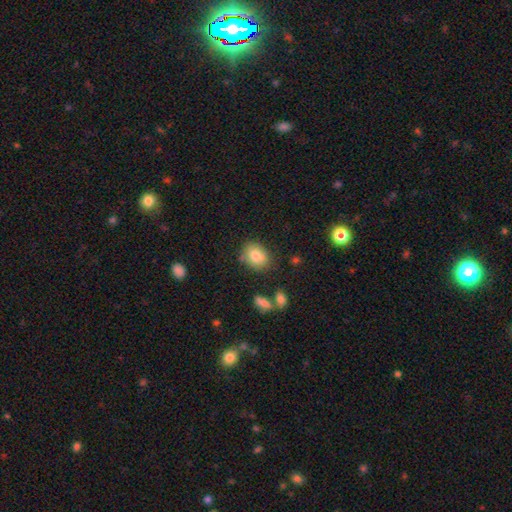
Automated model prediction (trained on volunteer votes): A smooth galaxy with no disk features (81%) that is in between round and cigar-shaped (59%).

Vote fractions:
- Smooth or featured? smooth: 81% / featured or disk: 10% / star or artifact: 9%
- How rounded? in between: 59% / round: 39% / cigar-shaped: 1%
- Merging? none: 74% / minor disturbance: 17% / merger: 5% / major disturbance: 4%